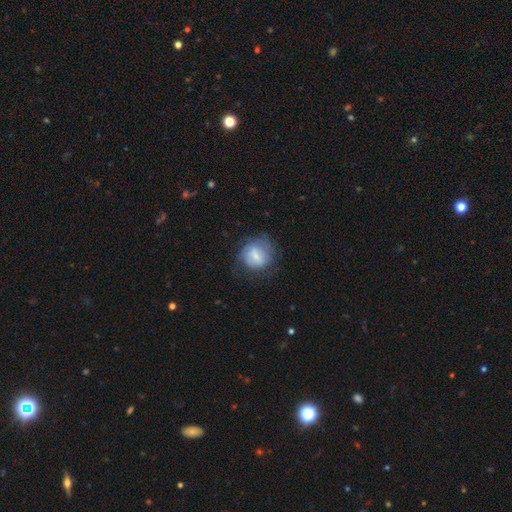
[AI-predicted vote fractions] smooth-or-featured: smooth: 63% | featured or disk: 28% | star or artifact: 9%
  how-rounded: round: 79% | in between: 20% | cigar-shaped: 1%
  merging: none: 60% | minor disturbance: 23% | major disturbance: 15% | merger: 2%